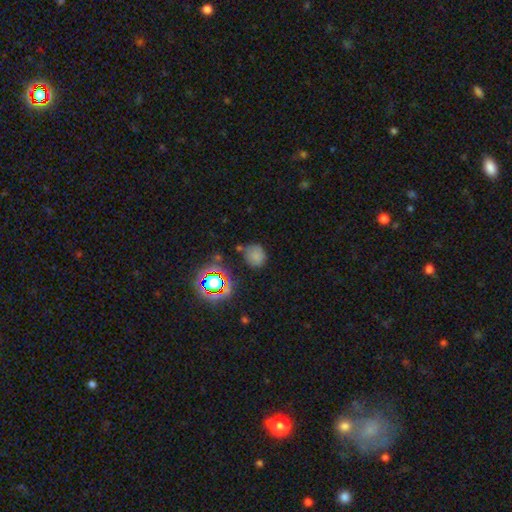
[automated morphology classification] smooth-or-featured: smooth: 69% | star or artifact: 23% | featured or disk: 9%
  how-rounded: round: 79% | in between: 20% | cigar-shaped: 1%
  merging: none: 68% | minor disturbance: 19% | merger: 6% | major disturbance: 6%